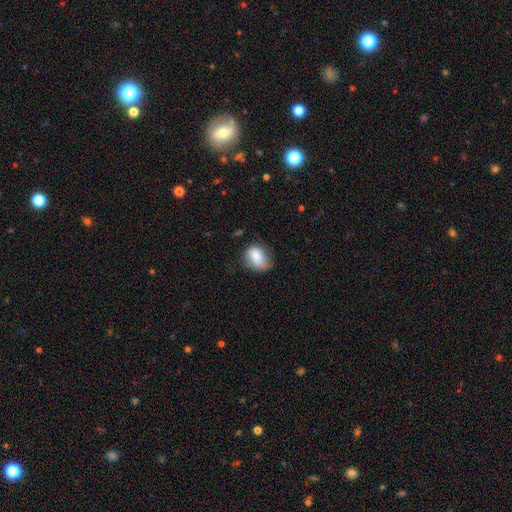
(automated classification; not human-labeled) Smooth or featured: smooth — 76% (featured or disk — 15%)
How rounded: in between — 63% (round — 35%)
Merging: none — 57% (minor disturbance — 32%)